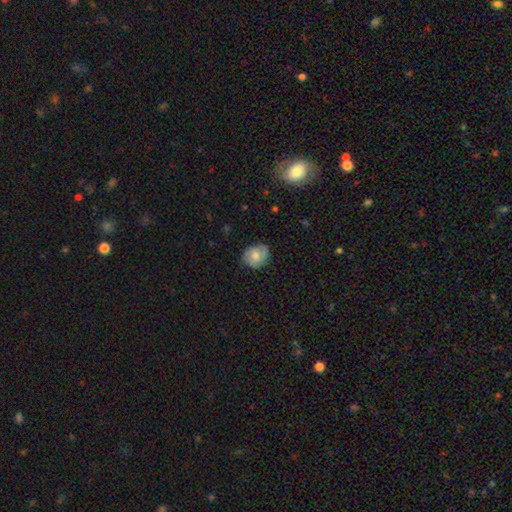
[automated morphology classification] This is likely a smooth galaxy (63%). How rounded: possibly round (54%). Merging: likely none (75%).